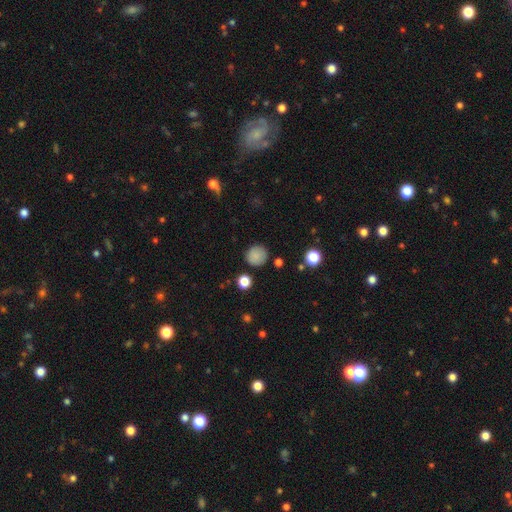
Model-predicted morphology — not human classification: Smooth or featured?
  - smooth: 84% *
  - star or artifact: 11%
  - featured or disk: 5%
How rounded?
  - round: 92% *
  - in between: 7%
  - cigar-shaped: 1%
Merging?
  - none: 85% *
  - minor disturbance: 10%
  - major disturbance: 3%
  - merger: 2%